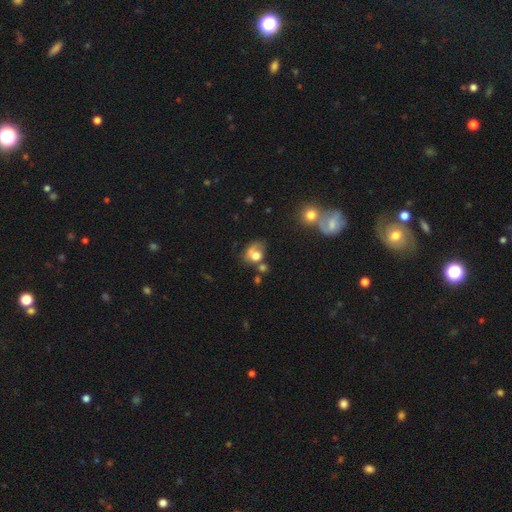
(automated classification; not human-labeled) smooth 63%, featured or disk 26%, star or artifact 11%. Down the decision tree: how rounded — in between (54%); merging — none (28%).